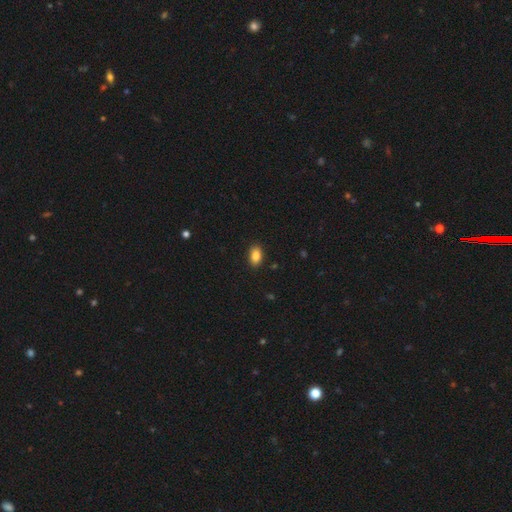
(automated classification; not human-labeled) Smooth or featured? Predicted: smooth (p=0.86). How rounded? Predicted: in between (p=0.90). Merging? Predicted: none (p=0.89).